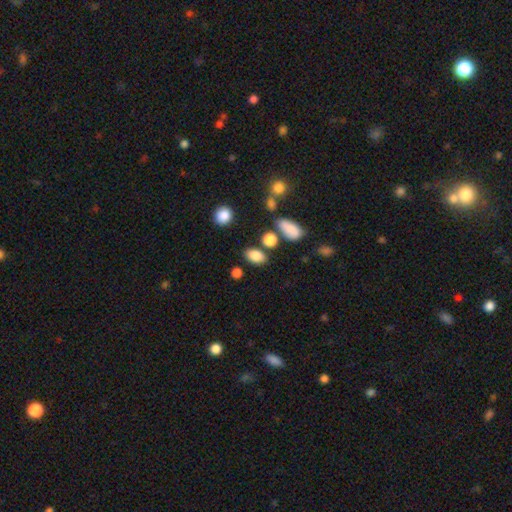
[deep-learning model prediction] Overall: smooth (83%). How rounded: in between (86%). Merging: none (77%).